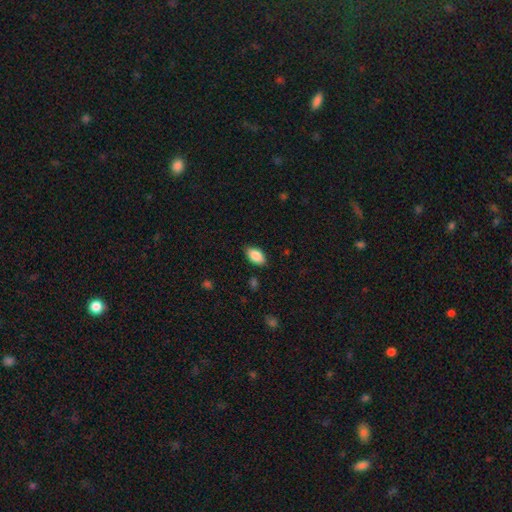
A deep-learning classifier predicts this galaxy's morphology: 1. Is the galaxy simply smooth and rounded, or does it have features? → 88% smooth, 7% star or artifact, 5% featured or disk.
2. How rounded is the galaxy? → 92% in between, 5% round, 2% cigar-shaped.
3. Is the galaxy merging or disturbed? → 84% none, 12% minor disturbance, 2% major disturbance, 1% merger.